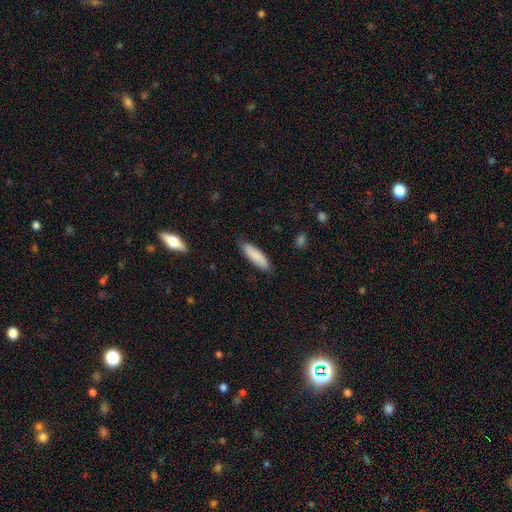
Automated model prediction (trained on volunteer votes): Smooth or featured? Predicted: smooth (p=0.86). How rounded? Predicted: cigar-shaped (p=0.57). Merging? Predicted: none (p=0.83).